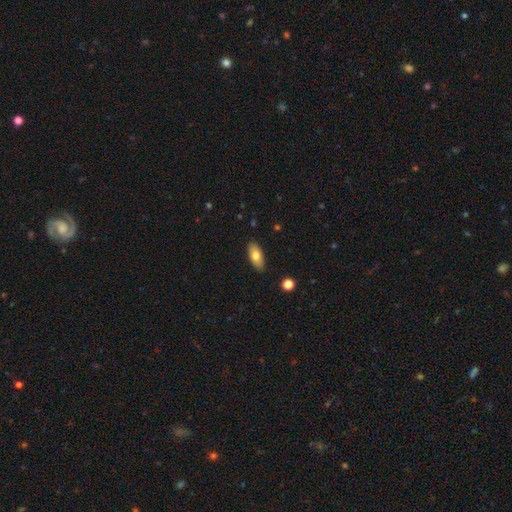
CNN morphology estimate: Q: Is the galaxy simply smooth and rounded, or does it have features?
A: smooth — 75%.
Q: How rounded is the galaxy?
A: in between — 87%.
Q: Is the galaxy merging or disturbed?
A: none — 88%.